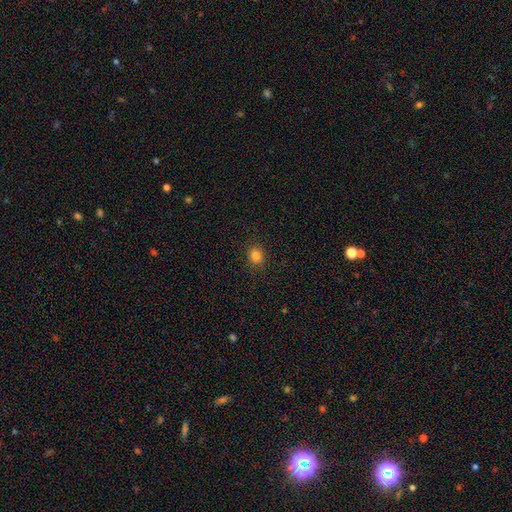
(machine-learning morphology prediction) A smooth galaxy with no disk features (83%) that is round (65%). Merging: none (87%).